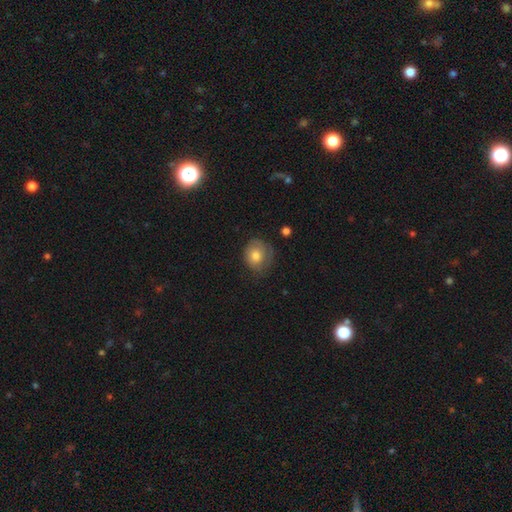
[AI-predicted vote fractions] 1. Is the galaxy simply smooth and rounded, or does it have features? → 69% smooth, 23% featured or disk, 8% star or artifact.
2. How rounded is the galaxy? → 70% round, 29% in between, 1% cigar-shaped.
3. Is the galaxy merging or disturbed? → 59% none, 28% minor disturbance, 11% major disturbance, 2% merger.